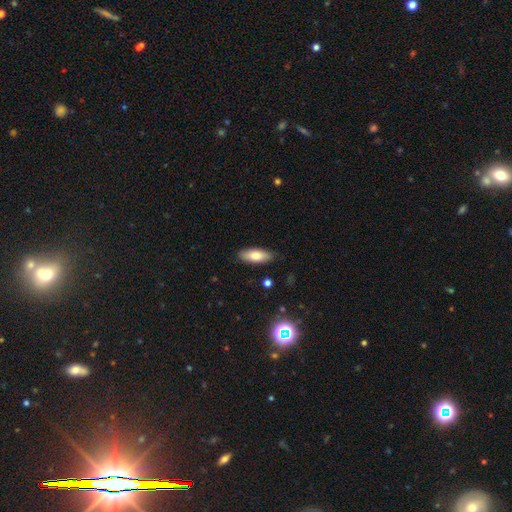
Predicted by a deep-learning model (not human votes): Overall: smooth (80%). How rounded: in between (74%). Merging: none (86%).